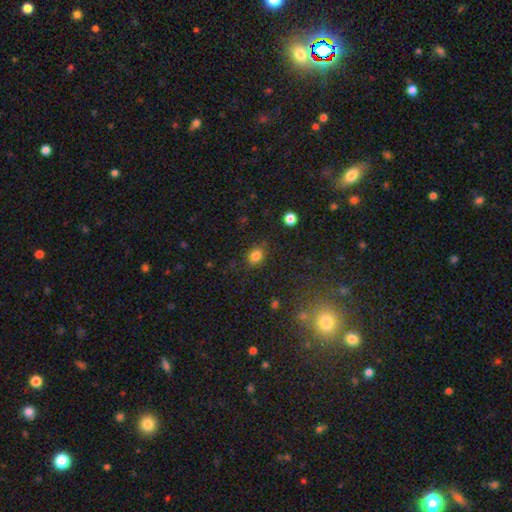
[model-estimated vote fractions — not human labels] Smooth or featured? smooth (82%)
How rounded? in between (51%)
Merging? none (79%)